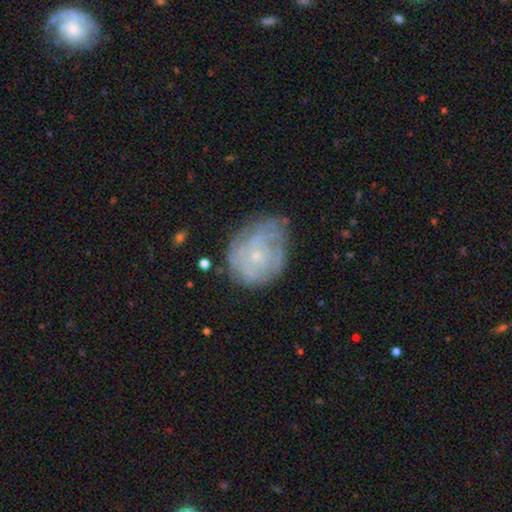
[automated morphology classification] type=featured or disk (68%); edge-on=no (97%); bar=no (83%); spiral arms=yes (81%); winding=tight (71%); arm count=can't tell (56%); bulge=small (79%); merging=none (62%).